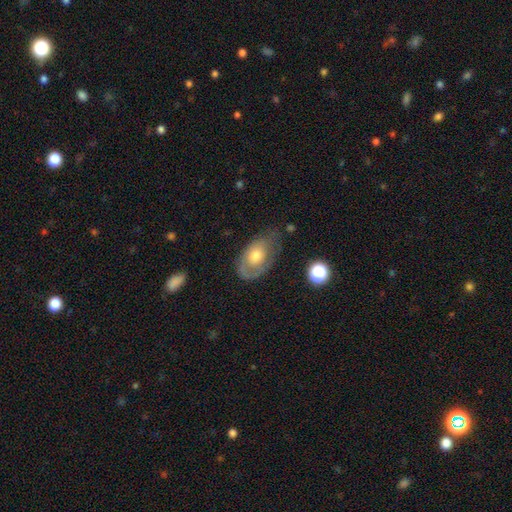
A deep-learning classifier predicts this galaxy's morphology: The model was most divided on "smooth or featured": featured or disk: 53%, smooth: 40%, star or artifact: 7%. More confident: edge-on disk — no (91%); merging — none (54%).